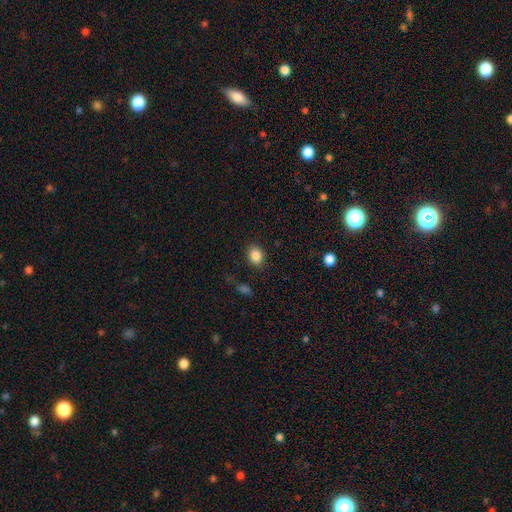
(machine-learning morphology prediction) This is clearly a smooth galaxy (85%). How rounded: possibly in between (54%). Merging: clearly none (86%).